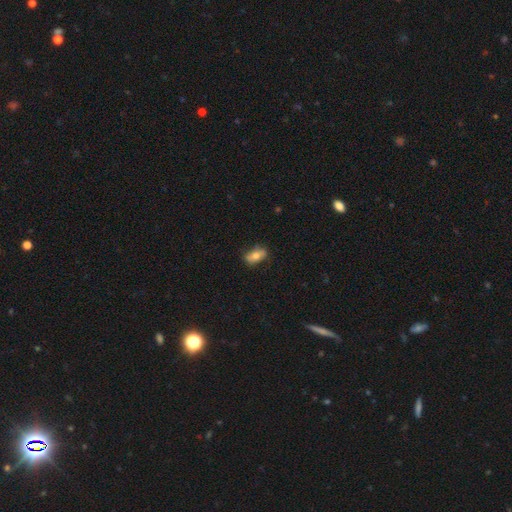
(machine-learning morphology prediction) This appears to be a smooth galaxy with no disk features (64%) that is in between round and cigar-shaped (84%). Merging: none (72%).